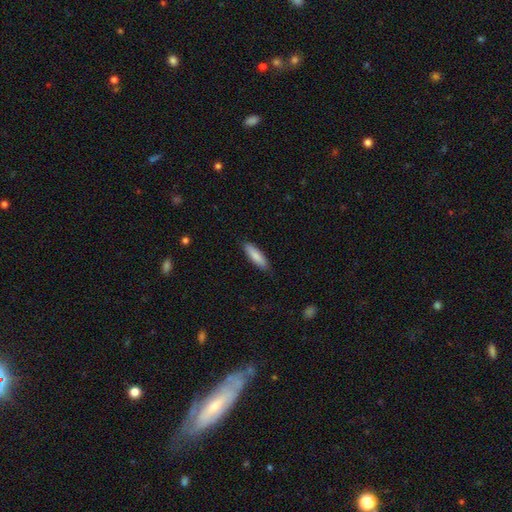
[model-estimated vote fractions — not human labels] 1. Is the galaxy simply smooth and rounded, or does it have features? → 84% smooth, 11% featured or disk, 5% star or artifact.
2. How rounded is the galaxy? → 59% cigar-shaped, 40% in between, 1% round.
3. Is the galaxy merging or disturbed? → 86% none, 11% minor disturbance, 2% major disturbance, 1% merger.